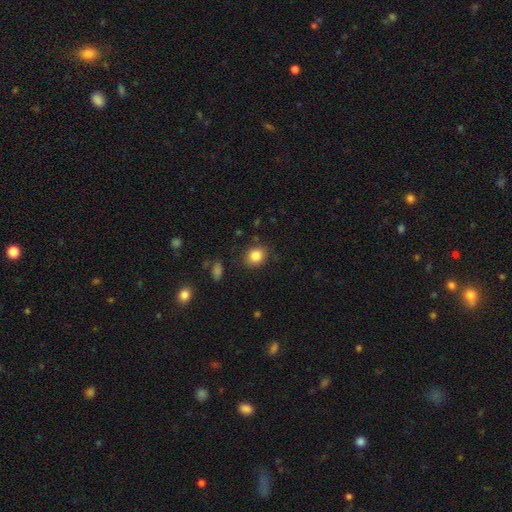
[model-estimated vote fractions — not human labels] Smooth or featured?
  - smooth: 85% *
  - star or artifact: 9%
  - featured or disk: 6%
How rounded?
  - round: 60% *
  - in between: 39%
  - cigar-shaped: 1%
Merging?
  - none: 84% *
  - minor disturbance: 11%
  - major disturbance: 3%
  - merger: 2%